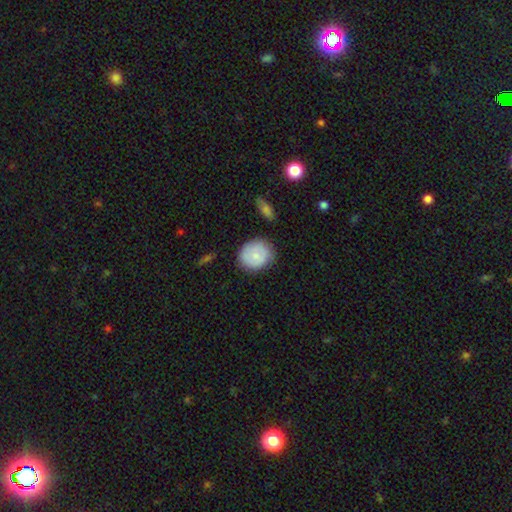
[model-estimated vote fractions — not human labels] smooth-or-featured: smooth: 73% | featured or disk: 21% | star or artifact: 6%
  how-rounded: round: 75% | in between: 24% | cigar-shaped: 1%
  merging: none: 75% | minor disturbance: 18% | major disturbance: 4% | merger: 3%